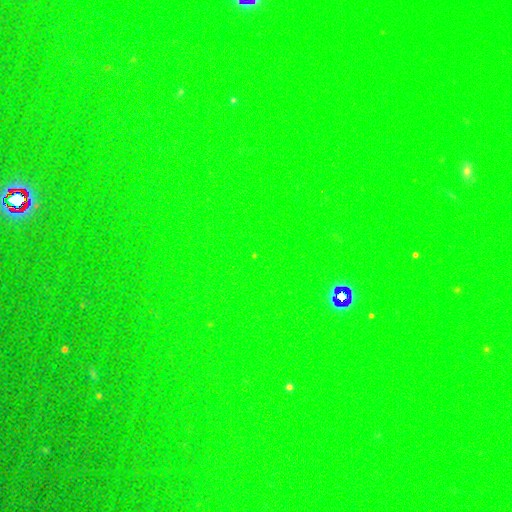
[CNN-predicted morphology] star or artifact 74%, smooth 16%, featured or disk 10%.